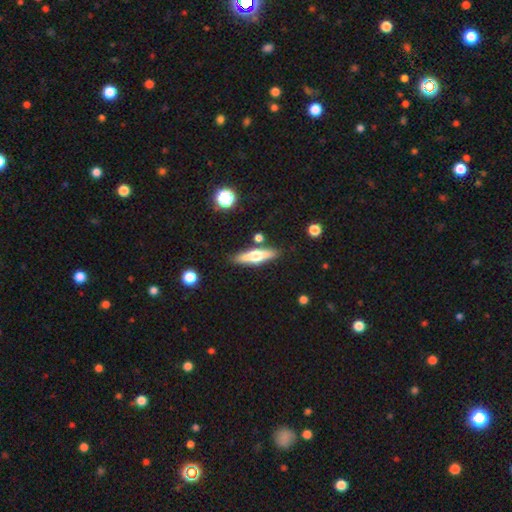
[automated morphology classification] Smooth or featured? Predicted: featured or disk (p=0.52). Edge-on disk? Predicted: yes (p=0.92). Merging? Predicted: none (p=0.84).